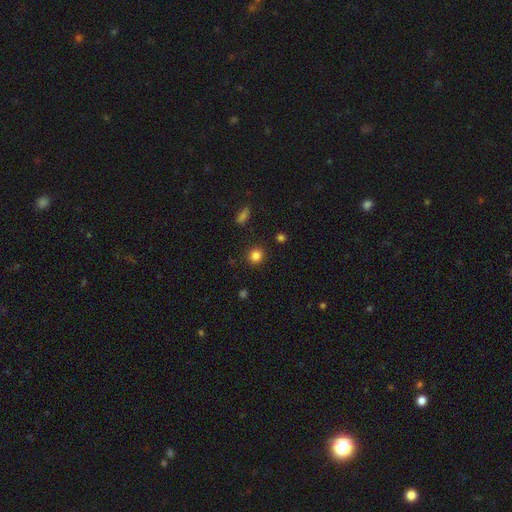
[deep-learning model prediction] Smooth or featured: smooth — 83% (star or artifact — 12%)
How rounded: round — 86% (in between — 13%)
Merging: none — 90% (minor disturbance — 6%)